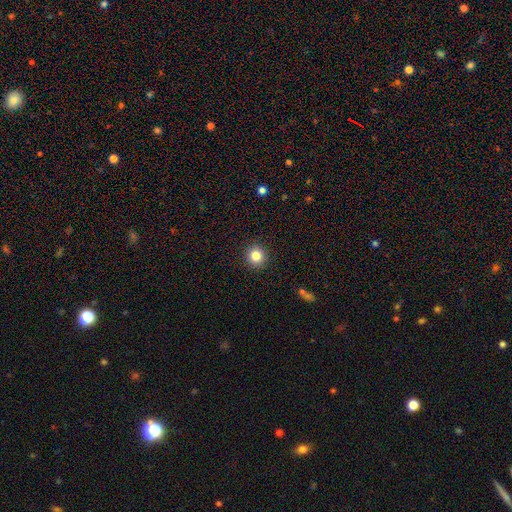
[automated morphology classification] smooth-or-featured: smooth: 83% | star or artifact: 11% | featured or disk: 6%
  how-rounded: round: 94% | in between: 5% | cigar-shaped: 1%
  merging: none: 92% | minor disturbance: 5% | major disturbance: 2% | merger: 1%